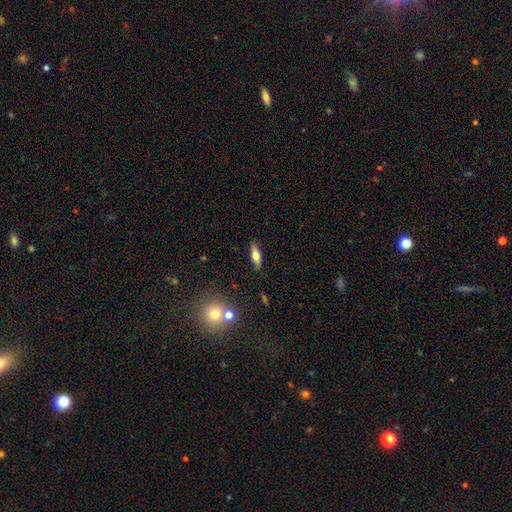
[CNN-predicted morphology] smooth-or-featured: smooth: 53% | featured or disk: 40% | star or artifact: 8%
  how-rounded: cigar-shaped: 51% | in between: 46% | round: 3%
  merging: none: 87% | minor disturbance: 9% | major disturbance: 2% | merger: 2%